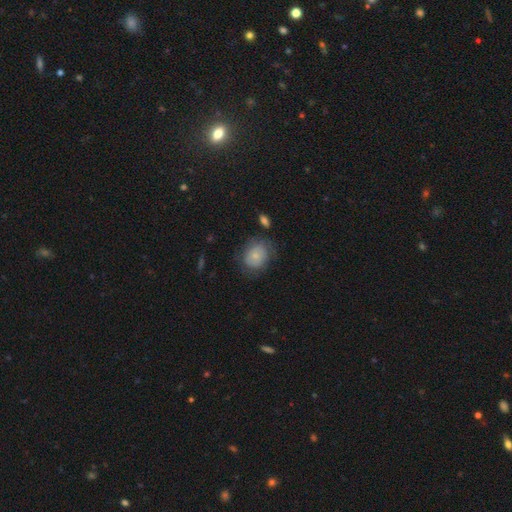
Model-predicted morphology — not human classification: smooth 75%, featured or disk 17%, star or artifact 7%. Down the decision tree: how rounded — round (57%); merging — none (62%).